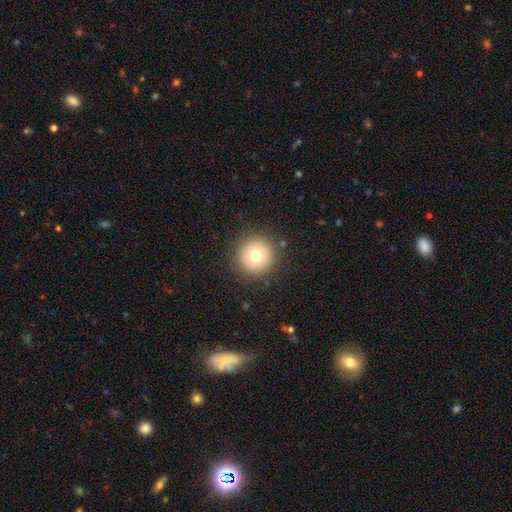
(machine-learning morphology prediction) smooth-or-featured: smooth: 70% | featured or disk: 19% | star or artifact: 11%
  how-rounded: round: 96% | in between: 3% | cigar-shaped: 1%
  merging: none: 90% | minor disturbance: 6% | major disturbance: 3% | merger: 1%